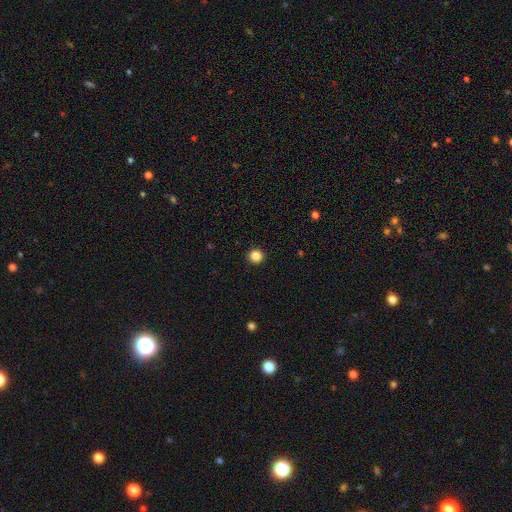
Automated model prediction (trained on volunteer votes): Overall: smooth (86%). How rounded: round (94%). Merging: none (93%).